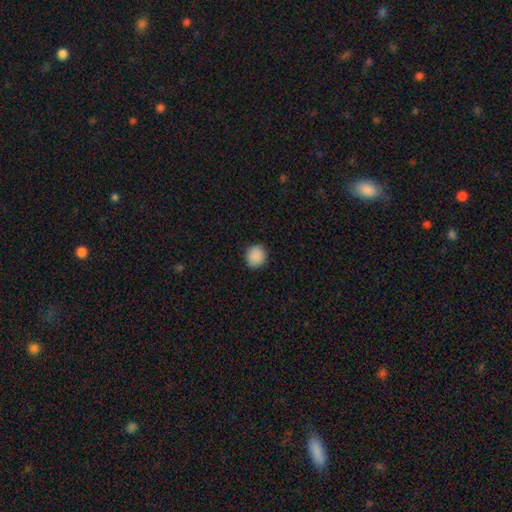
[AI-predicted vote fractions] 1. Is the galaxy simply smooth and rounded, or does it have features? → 89% smooth, 8% star or artifact, 3% featured or disk.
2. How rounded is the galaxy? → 86% round, 13% in between, 1% cigar-shaped.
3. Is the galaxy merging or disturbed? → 90% none, 7% minor disturbance, 2% major disturbance, 1% merger.